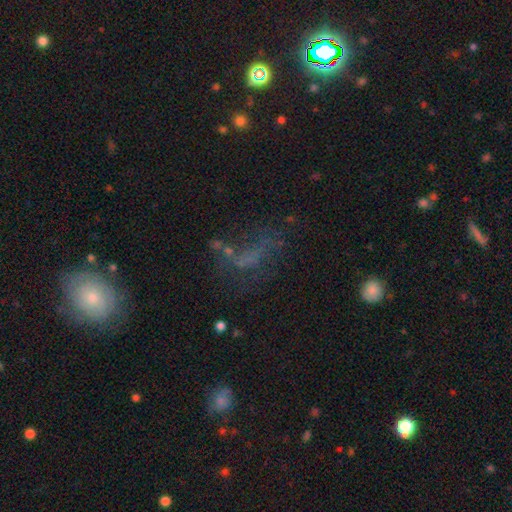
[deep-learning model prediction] Smooth or featured? star or artifact (42%)